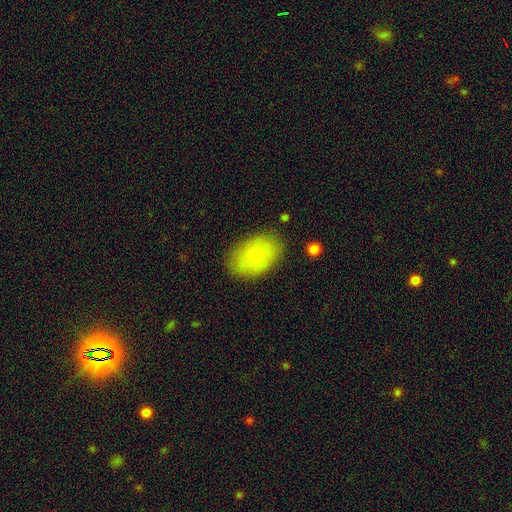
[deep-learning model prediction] Smooth or featured?
  - smooth: 76% *
  - featured or disk: 17%
  - star or artifact: 7%
How rounded?
  - in between: 89% *
  - round: 10%
  - cigar-shaped: 1%
Merging?
  - none: 81% *
  - minor disturbance: 14%
  - major disturbance: 3%
  - merger: 2%